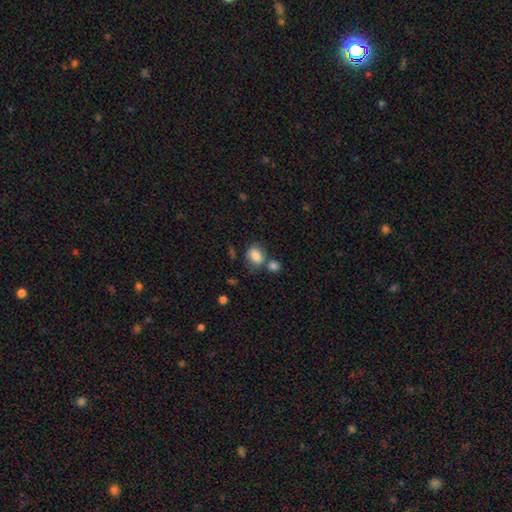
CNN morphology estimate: smooth_or_featured: smooth (p=0.82) [alt: featured or disk p=0.09]
how_rounded: in between (p=0.52) [alt: round p=0.47]
merging: none (p=0.51) [alt: merger p=0.26]